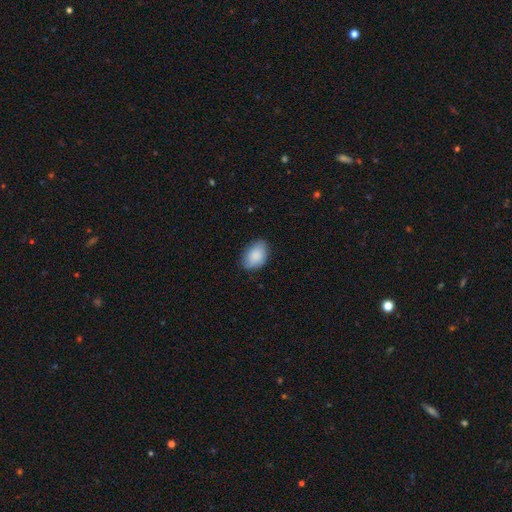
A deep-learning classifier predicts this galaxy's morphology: smooth-or-featured: smooth: 87% | featured or disk: 7% | star or artifact: 6%
  how-rounded: in between: 87% | round: 11% | cigar-shaped: 1%
  merging: none: 77% | minor disturbance: 19% | major disturbance: 3% | merger: 1%